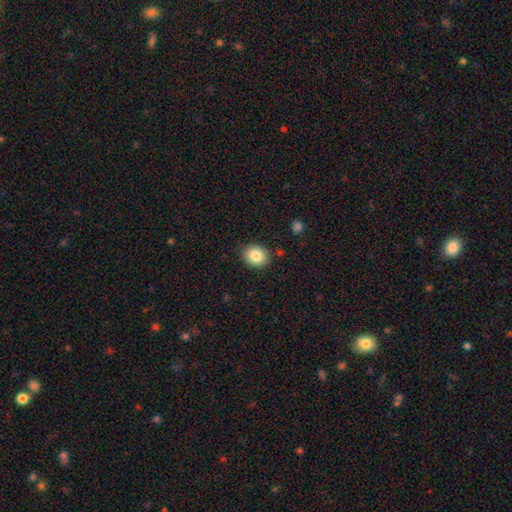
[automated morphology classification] A smooth galaxy with no disk features (85%) that is round (62%). Merging: none (86%).